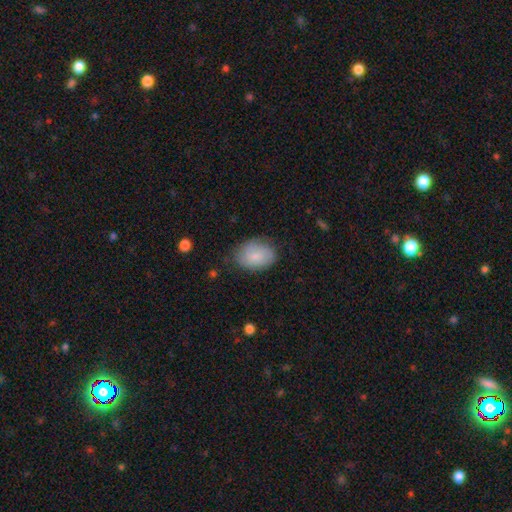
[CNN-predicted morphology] Smooth or featured? smooth (75%)
How rounded? in between (78%)
Merging? none (73%)